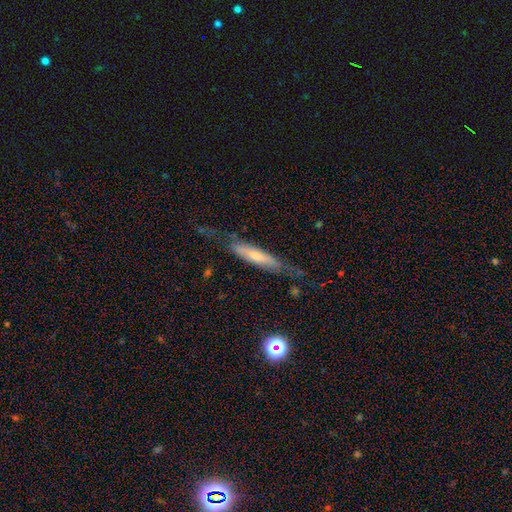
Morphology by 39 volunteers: This appears to be a featured or disk galaxy (79%) viewed edge-on (65%) with no central bulge (40%, tied with rounded). Merging: none (71%).